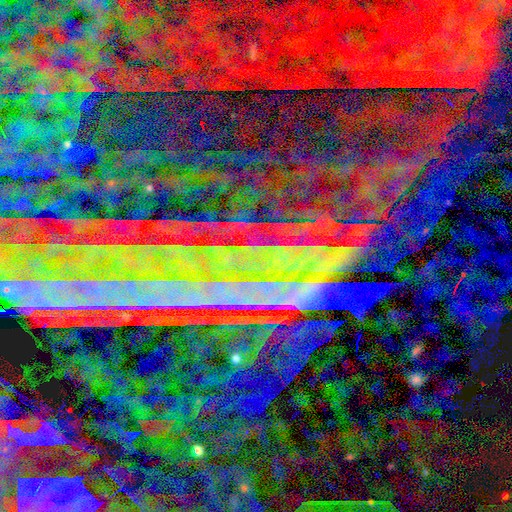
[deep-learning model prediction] Smooth or featured? Predicted: star or artifact (p=0.88).